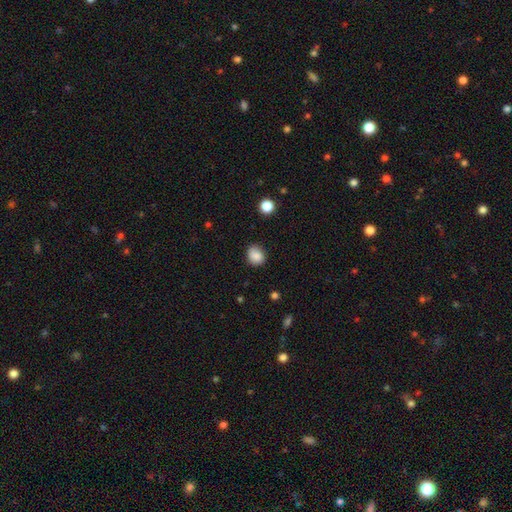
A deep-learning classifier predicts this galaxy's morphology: Overall: smooth (86%). How rounded: round (68%; in between 32%). Merging: none (78%).